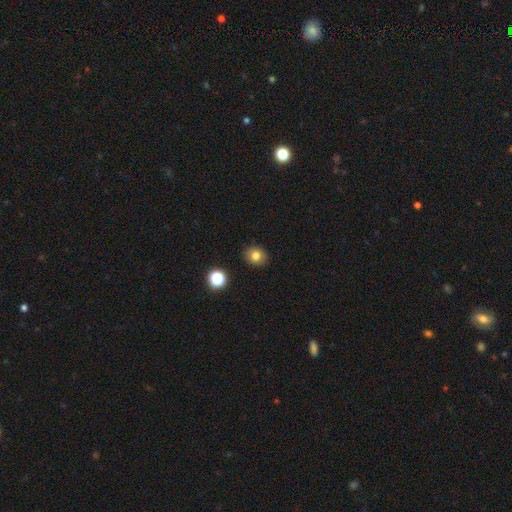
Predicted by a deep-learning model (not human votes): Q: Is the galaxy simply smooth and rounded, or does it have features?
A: smooth — 79%.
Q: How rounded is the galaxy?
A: round — 72%.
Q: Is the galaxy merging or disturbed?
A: none — 89%.